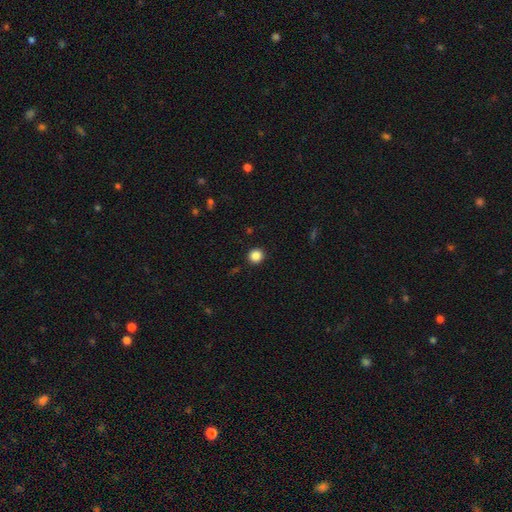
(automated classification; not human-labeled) Q: Smooth or featured?
A: smooth (86%); runner-up: star or artifact (11%)
Q: How rounded?
A: round (93%); runner-up: in between (6%)
Q: Merging?
A: none (92%); runner-up: minor disturbance (5%)